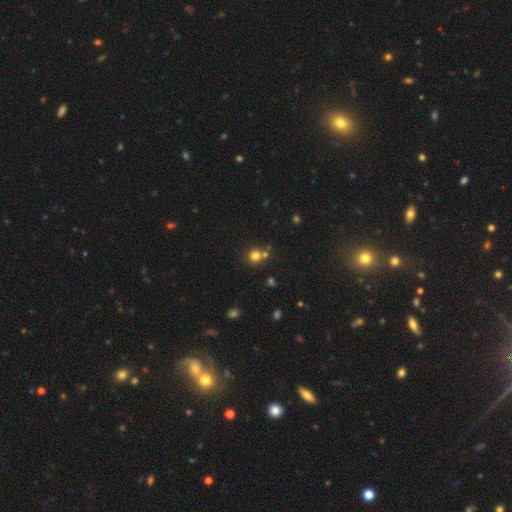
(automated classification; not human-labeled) smooth-or-featured: smooth: 77% | star or artifact: 16% | featured or disk: 7%
  how-rounded: round: 89% | in between: 10% | cigar-shaped: 1%
  merging: none: 65% | merger: 24% | minor disturbance: 8% | major disturbance: 3%